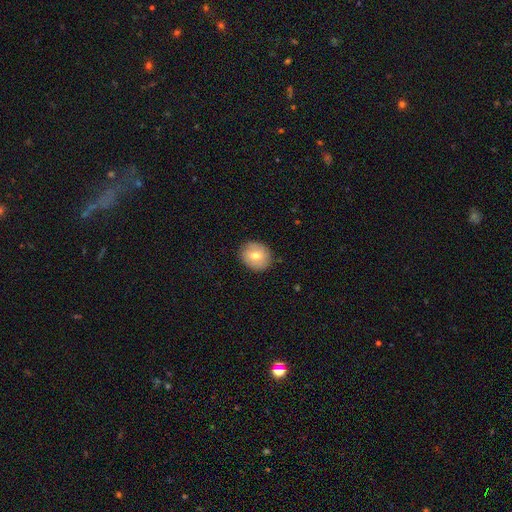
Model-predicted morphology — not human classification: Smooth or featured?
  - smooth: 66% *
  - featured or disk: 26%
  - star or artifact: 8%
How rounded?
  - round: 71% *
  - in between: 28%
  - cigar-shaped: 1%
Merging?
  - none: 86% *
  - minor disturbance: 11%
  - major disturbance: 3%
  - merger: 1%